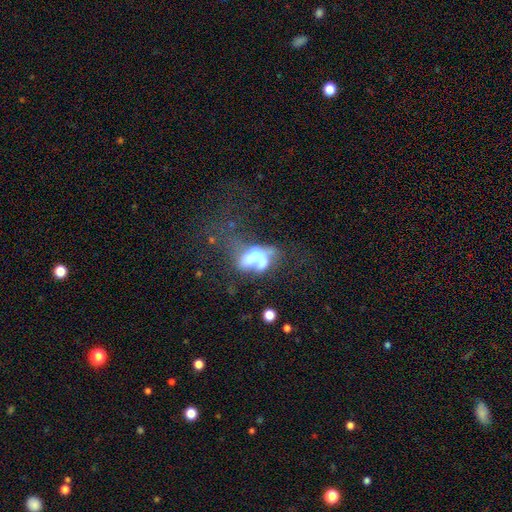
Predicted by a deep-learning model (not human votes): This is marginally a featured or disk galaxy (44%, tied with smooth). Merging: marginally major disturbance (37%).